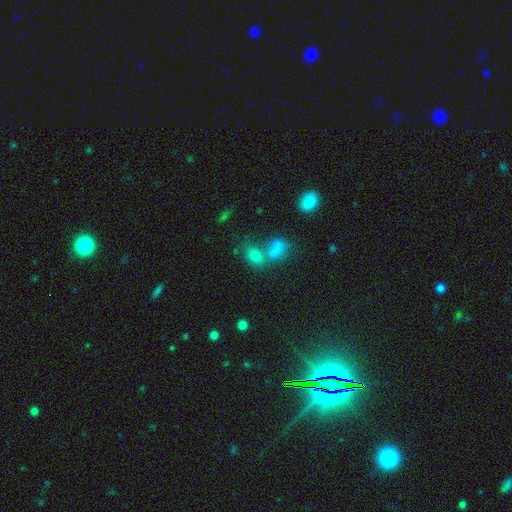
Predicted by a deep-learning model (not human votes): smooth-or-featured: smooth: 74% | star or artifact: 16% | featured or disk: 10%
  how-rounded: in between: 72% | round: 25% | cigar-shaped: 2%
  merging: merger: 47% | none: 37% | minor disturbance: 10% | major disturbance: 6%